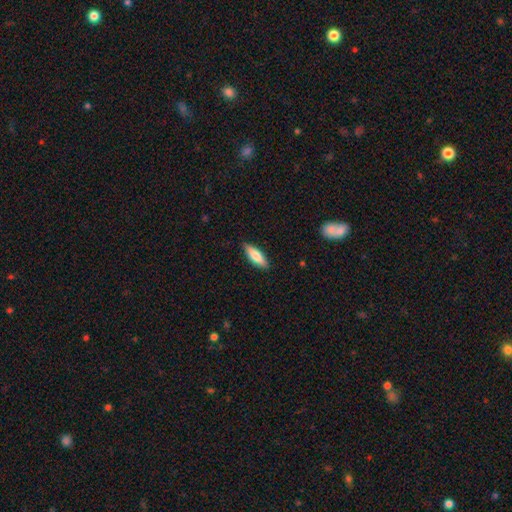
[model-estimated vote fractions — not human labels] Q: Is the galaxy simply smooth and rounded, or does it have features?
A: smooth — 71%.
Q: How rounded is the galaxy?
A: cigar-shaped — 50%.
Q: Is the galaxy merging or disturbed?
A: none — 87%.